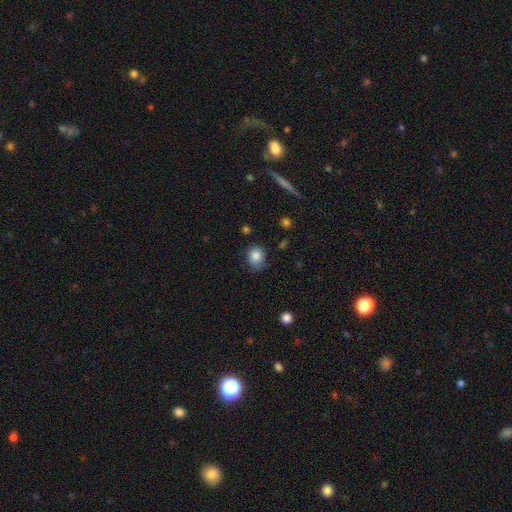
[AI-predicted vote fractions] Morphology: type=smooth (84%); roundness=round (59%); merging=none (73%).